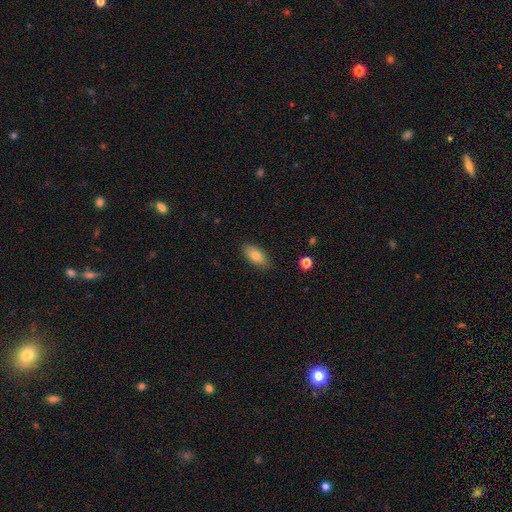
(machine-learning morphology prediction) This is likely a smooth galaxy (78%). How rounded: clearly in between (88%). Merging: clearly none (87%).